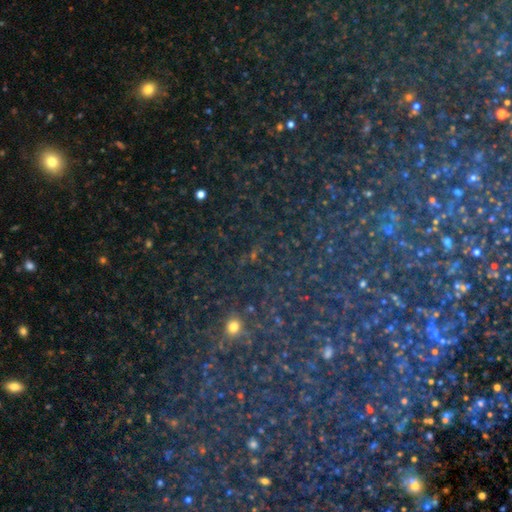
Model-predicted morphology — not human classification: The model was most divided on "smooth or featured": star or artifact: 80%, smooth: 12%, featured or disk: 8%.